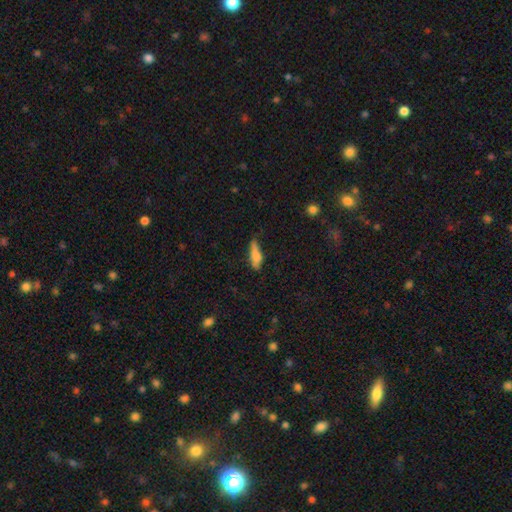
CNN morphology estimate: smooth-or-featured: smooth: 70% | featured or disk: 22% | star or artifact: 8%
  how-rounded: cigar-shaped: 60% | in between: 37% | round: 3%
  merging: none: 56% | minor disturbance: 30% | major disturbance: 10% | merger: 3%